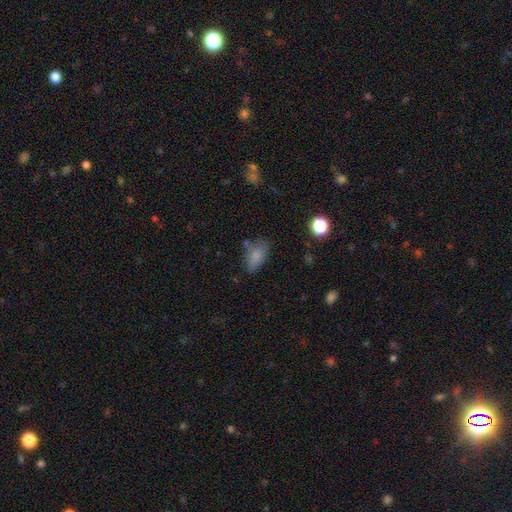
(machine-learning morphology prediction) smooth 79%, star or artifact 11%, featured or disk 10%. Down the decision tree: how rounded — in between (87%); merging — none (58%).